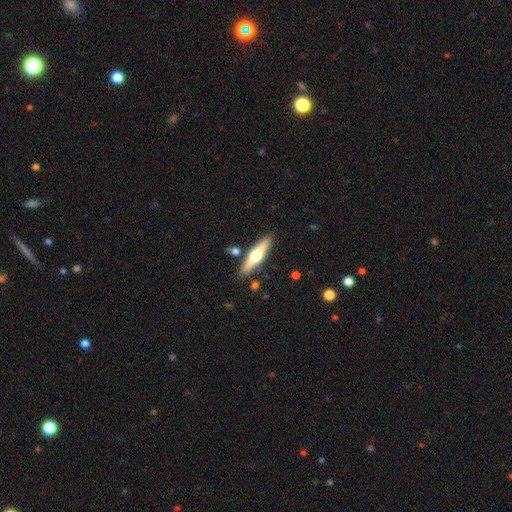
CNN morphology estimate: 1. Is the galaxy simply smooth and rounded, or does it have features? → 55% featured or disk, 40% smooth, 5% star or artifact.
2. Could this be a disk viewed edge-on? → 94% yes, 6% no.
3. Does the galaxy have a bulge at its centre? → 94% rounded, 3% none, 3% boxy.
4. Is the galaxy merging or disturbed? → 85% none, 9% minor disturbance, 4% merger, 2% major disturbance.